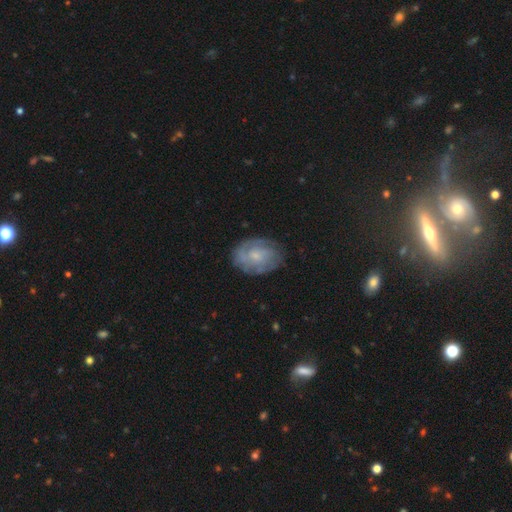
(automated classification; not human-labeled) Smooth or featured?
  - featured or disk: 62% *
  - smooth: 31%
  - star or artifact: 7%
Edge-on disk?
  - no: 97% *
  - yes: 3%
Bar?
  - no: 73% *
  - weak: 24%
  - strong: 3%
Spiral arms?
  - yes: 78% *
  - no: 22%
Bulge size?
  - small: 57% *
  - moderate: 29%
  - none: 10%
  - large: 3%
  - dominant: 1%
Merging?
  - none: 74% *
  - minor disturbance: 18%
  - major disturbance: 7%
  - merger: 1%